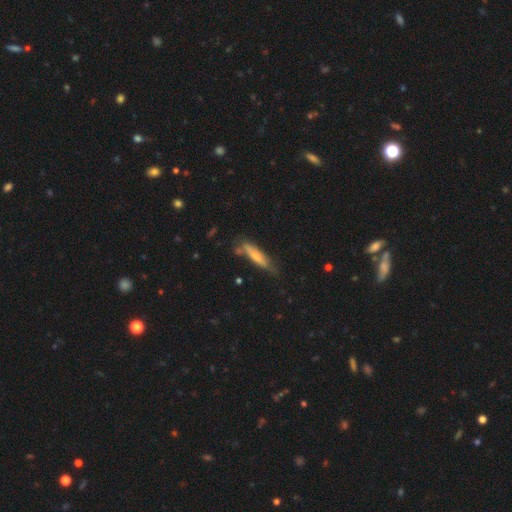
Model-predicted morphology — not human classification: smooth-or-featured: smooth: 58% | featured or disk: 36% | star or artifact: 6%
  how-rounded: cigar-shaped: 80% | in between: 19% | round: 2%
  merging: none: 62% | minor disturbance: 25% | merger: 7% | major disturbance: 6%